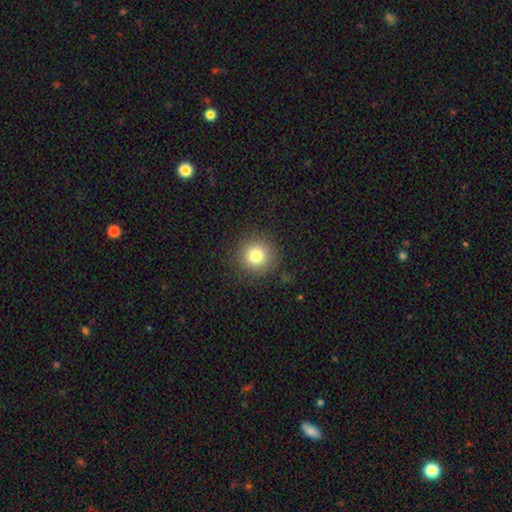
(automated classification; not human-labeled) smooth_or_featured: smooth (p=0.80) [alt: star or artifact p=0.12]
how_rounded: round (p=0.95) [alt: in between p=0.04]
merging: none (p=0.89) [alt: minor disturbance p=0.07]